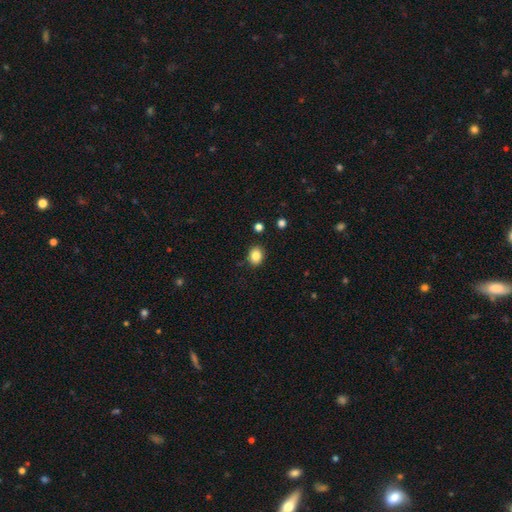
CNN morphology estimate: Smooth or featured? smooth (84%)
How rounded? in between (50%, tied with round)
Merging? none (86%)